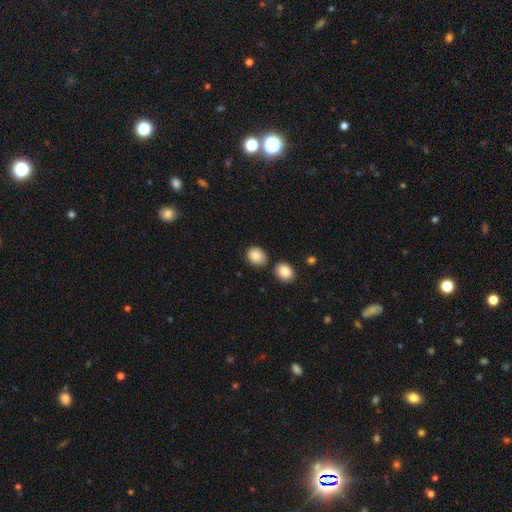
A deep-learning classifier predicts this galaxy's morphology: A smooth galaxy with no disk features (87%) that is round (50%).

Vote fractions:
- Smooth or featured? smooth: 87% / star or artifact: 8% / featured or disk: 5%
- How rounded? round: 50% / in between: 49% / cigar-shaped: 1%
- Merging? none: 74% / minor disturbance: 13% / merger: 9% / major disturbance: 3%